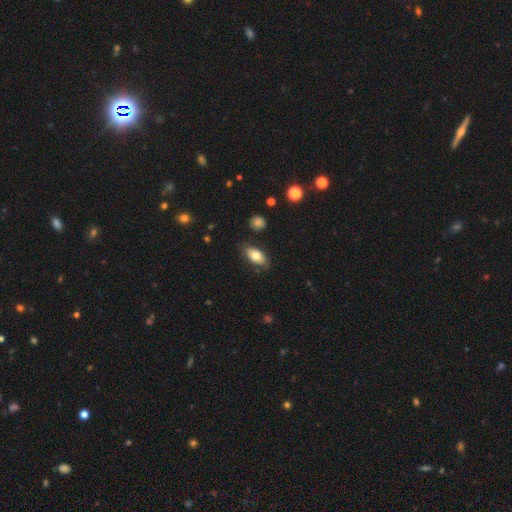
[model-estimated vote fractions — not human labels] Smooth or featured? smooth (74%)
How rounded? in between (91%)
Merging? none (79%)